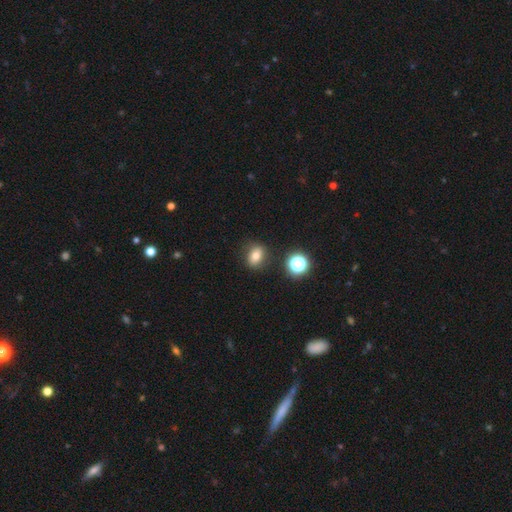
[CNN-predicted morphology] type=smooth (72%); roundness=in between (55%); merging=none (81%).